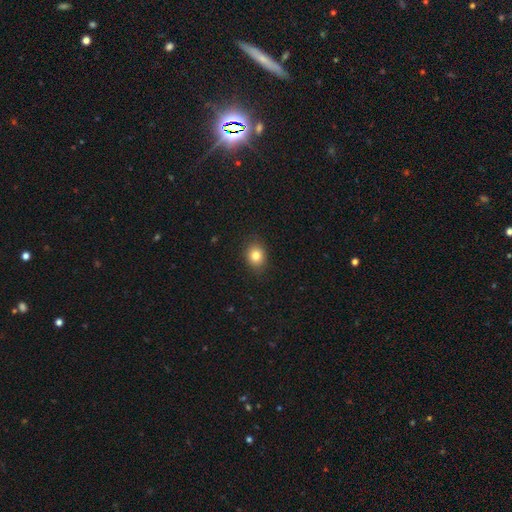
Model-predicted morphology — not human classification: Smooth or featured?
  - smooth: 82% *
  - star or artifact: 11%
  - featured or disk: 8%
How rounded?
  - round: 60% *
  - in between: 39%
  - cigar-shaped: 1%
Merging?
  - none: 86% *
  - minor disturbance: 10%
  - major disturbance: 2%
  - merger: 1%